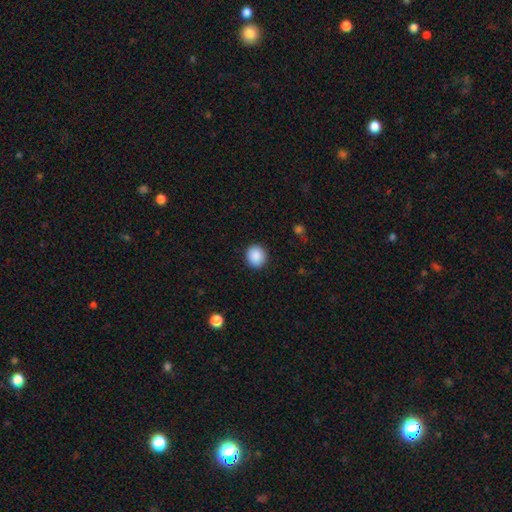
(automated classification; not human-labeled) Overall: smooth (89%). How rounded: round (88%). Merging: none (91%).